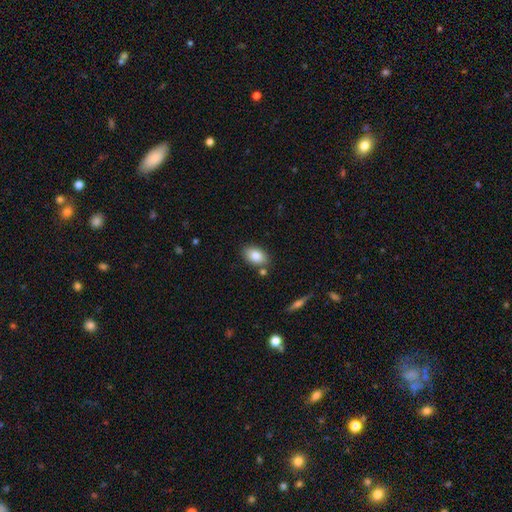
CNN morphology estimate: The model was most divided on "smooth or featured": smooth: 81%, featured or disk: 12%, star or artifact: 8%. More confident: how rounded — in between (89%); merging — none (80%).